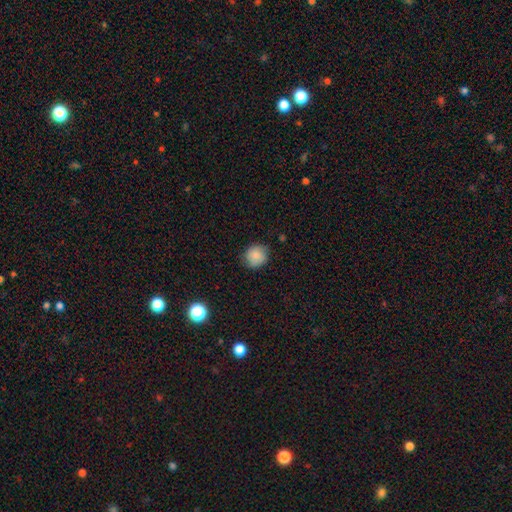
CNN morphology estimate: This appears to be a smooth galaxy with no disk features (84%) that is round (85%). Merging: none (80%).